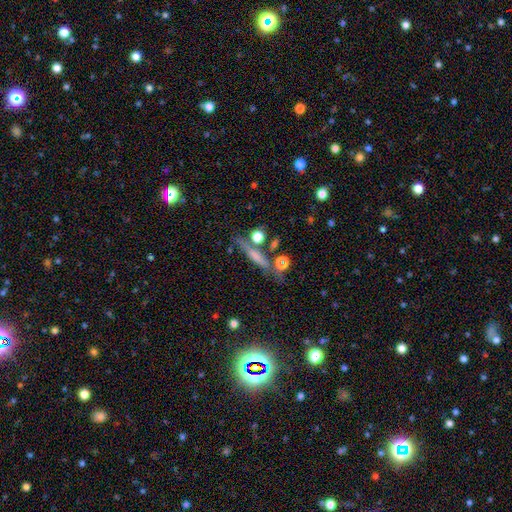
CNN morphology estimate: Overall: featured or disk (44%; smooth 40%). Merging: none (73%).